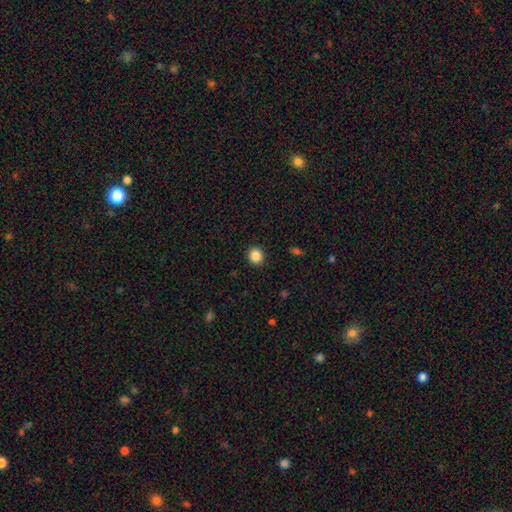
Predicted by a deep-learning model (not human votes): Overall: smooth (86%). How rounded: round (86%). Merging: none (92%).